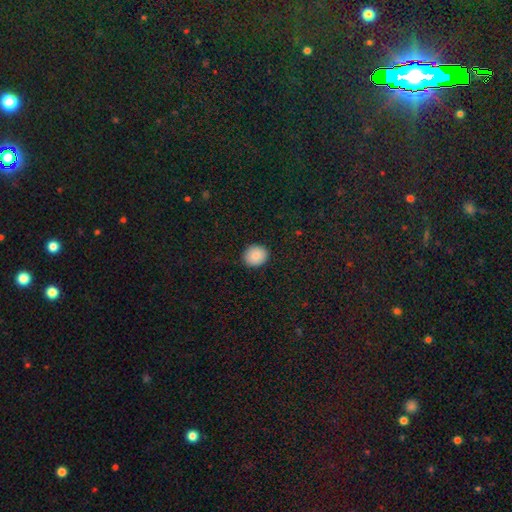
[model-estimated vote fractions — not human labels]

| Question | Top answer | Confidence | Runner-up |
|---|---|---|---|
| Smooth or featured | smooth | 88% | star or artifact (8%) |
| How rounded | round | 80% | in between (19%) |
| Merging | none | 90% | minor disturbance (7%) |